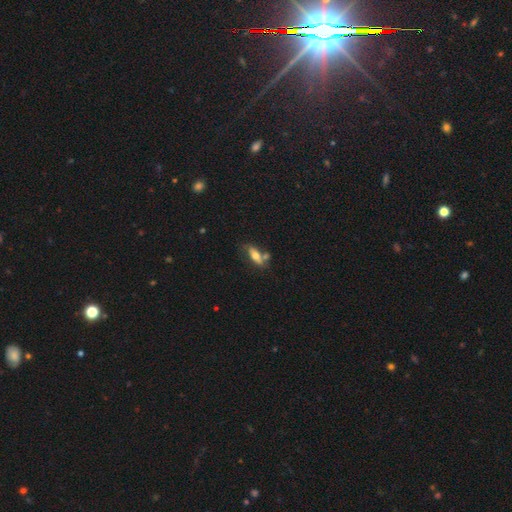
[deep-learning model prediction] smooth 59%, featured or disk 33%, star or artifact 8%. Down the decision tree: how rounded — in between (67%); merging — none (51%).